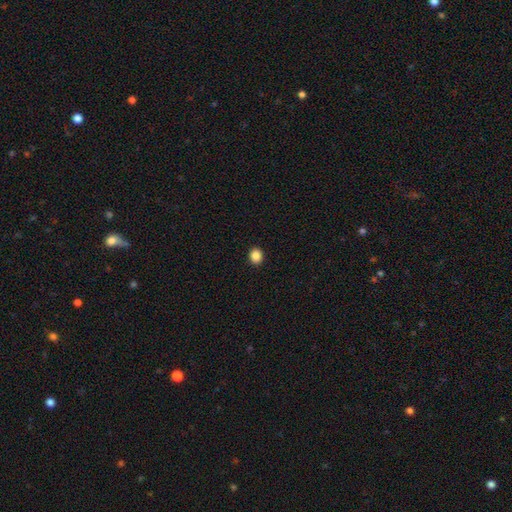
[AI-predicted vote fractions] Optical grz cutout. It shows a smooth galaxy with no disk features (87%) that is round (69%). Merging: none (93%).